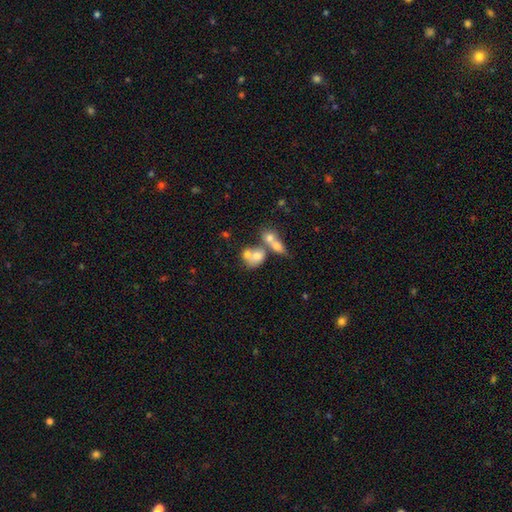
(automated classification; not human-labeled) Morphology: type=smooth (56%); roundness=round (58%); merging=merger (57%).